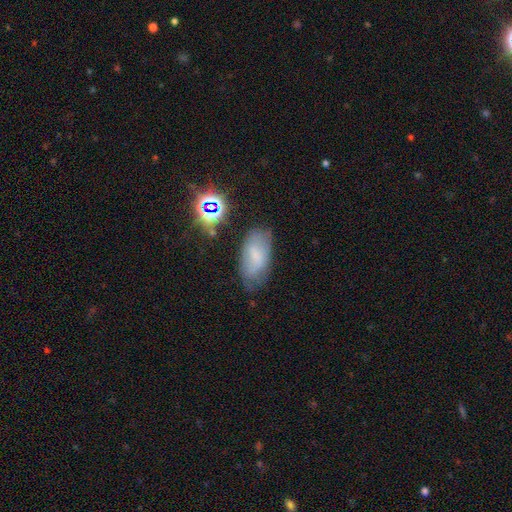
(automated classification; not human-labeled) Q: Smooth or featured?
A: smooth (62%); runner-up: featured or disk (25%)
Q: How rounded?
A: in between (92%); runner-up: cigar-shaped (4%)
Q: Merging?
A: none (66%); runner-up: minor disturbance (24%)